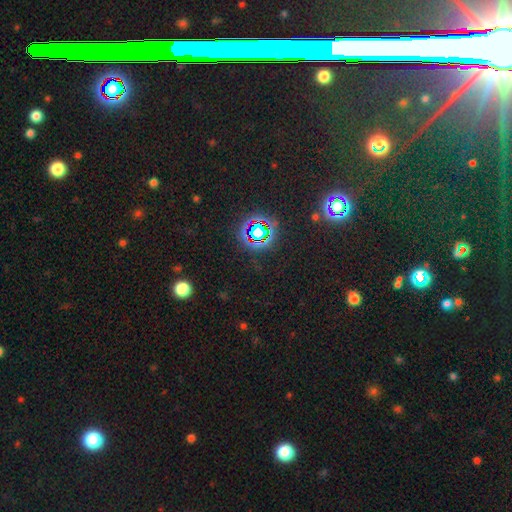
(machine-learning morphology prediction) A star or artifact, not a galaxy (76%).